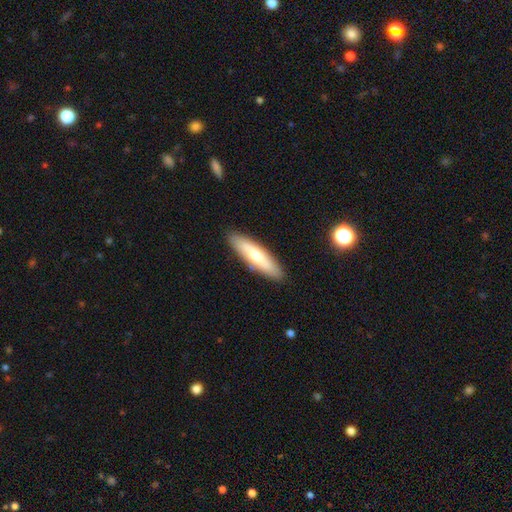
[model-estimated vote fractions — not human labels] Smooth or featured?
  - smooth: 63% *
  - featured or disk: 32%
  - star or artifact: 5%
How rounded?
  - cigar-shaped: 71% *
  - in between: 27%
  - round: 2%
Merging?
  - none: 88% *
  - minor disturbance: 8%
  - major disturbance: 2%
  - merger: 1%